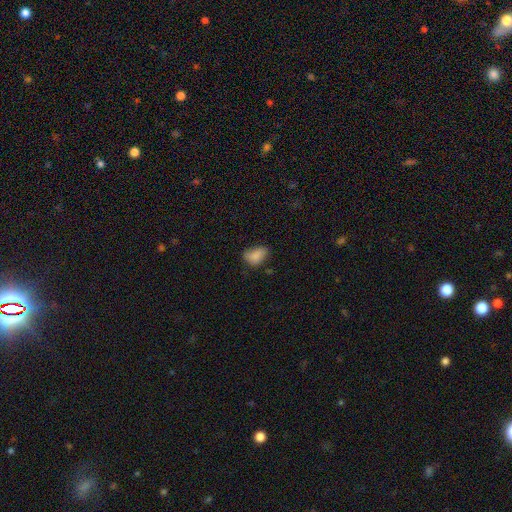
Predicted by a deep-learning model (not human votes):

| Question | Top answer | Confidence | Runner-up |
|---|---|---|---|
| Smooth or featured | smooth | 83% | star or artifact (9%) |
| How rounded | in between | 85% | round (13%) |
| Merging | none | 54% | minor disturbance (34%) |